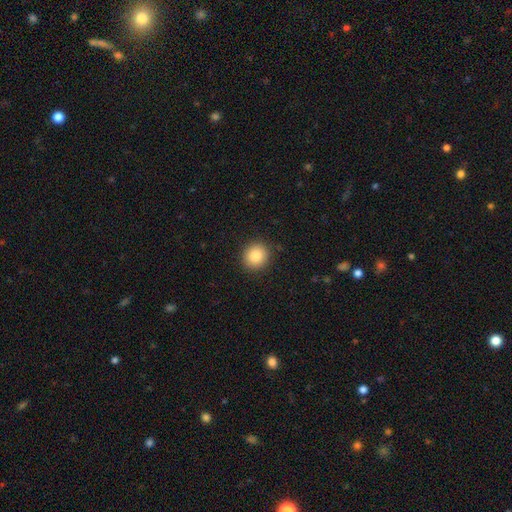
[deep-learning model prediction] Q: Smooth or featured?
A: smooth (86%); runner-up: star or artifact (9%)
Q: How rounded?
A: round (88%); runner-up: in between (11%)
Q: Merging?
A: none (91%); runner-up: minor disturbance (6%)